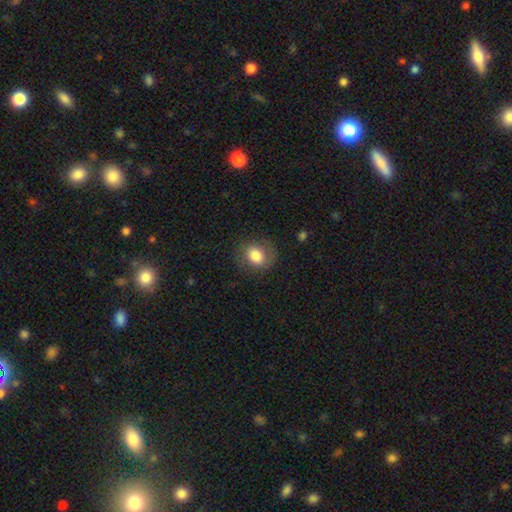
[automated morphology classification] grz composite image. It shows a smooth galaxy with no disk features (73%) that is round (62%). Merging: none (71%).